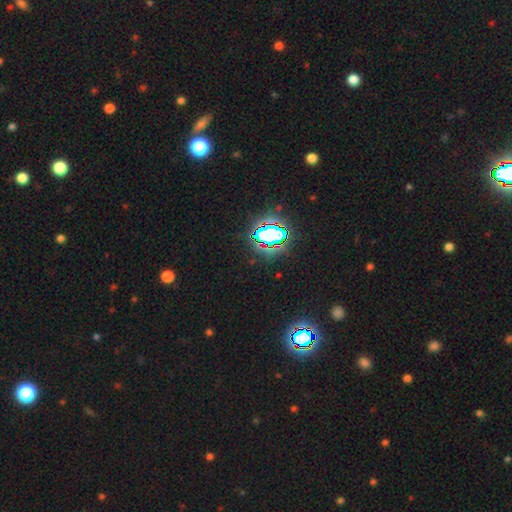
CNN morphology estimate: Q: Smooth or featured?
A: star or artifact (80%); runner-up: smooth (13%)